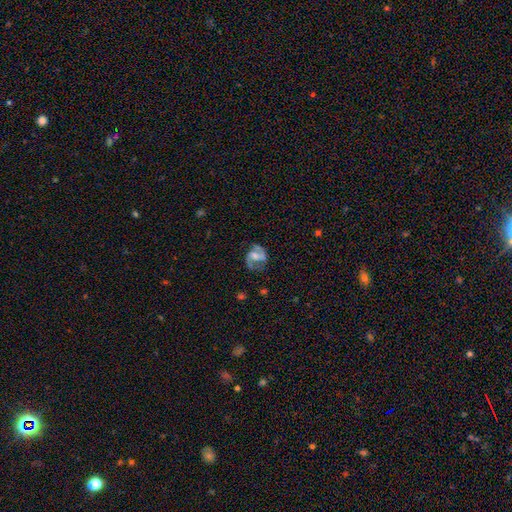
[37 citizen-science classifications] This is likely a featured or disk galaxy (76%). It is clearly not viewed edge-on (100%). Bar: marginally strong (39%, tied with no). Spiral arm pattern: clearly yes (89%). Spiral arm count: clearly 2 (96%). Spiral winding: possibly loose (52%). Central bulge: likely moderate (61%). Merging: possibly none (53%).